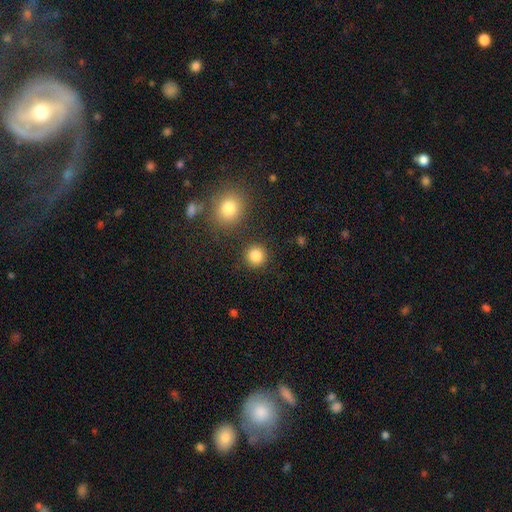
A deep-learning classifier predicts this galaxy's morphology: Smooth or featured?
  - smooth: 85% *
  - star or artifact: 11%
  - featured or disk: 4%
How rounded?
  - round: 93% *
  - in between: 6%
  - cigar-shaped: 1%
Merging?
  - none: 88% *
  - minor disturbance: 6%
  - merger: 4%
  - major disturbance: 3%